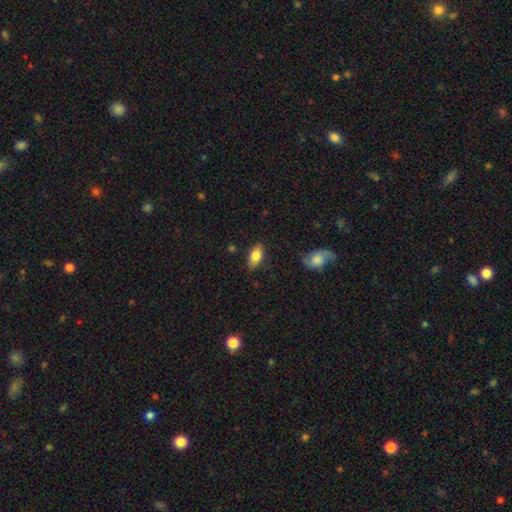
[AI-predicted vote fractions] A smooth galaxy with no disk features (79%) that is in between round and cigar-shaped (89%). Merging: none (83%).